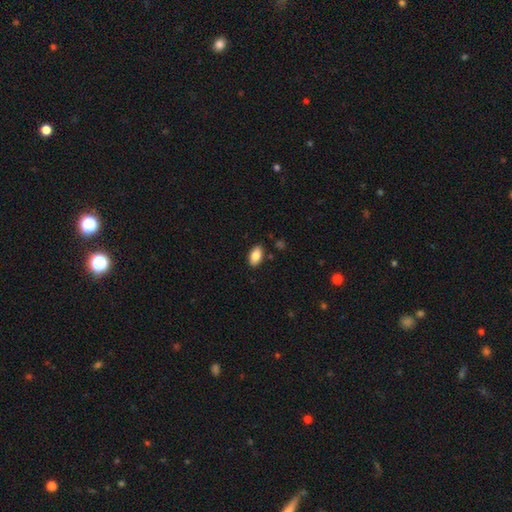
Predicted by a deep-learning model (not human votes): smooth_or_featured: smooth (p=0.85) [alt: featured or disk p=0.08]
how_rounded: in between (p=0.93) [alt: round p=0.04]
merging: none (p=0.86) [alt: minor disturbance p=0.10]